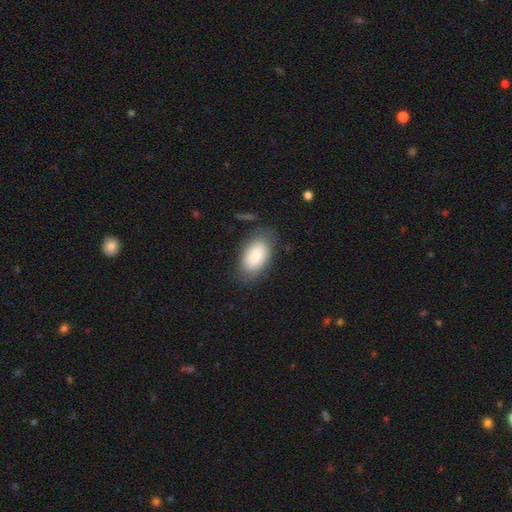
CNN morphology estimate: smooth-or-featured: smooth: 84% | featured or disk: 10% | star or artifact: 6%
  how-rounded: in between: 93% | round: 6% | cigar-shaped: 2%
  merging: none: 73% | minor disturbance: 18% | major disturbance: 6% | merger: 2%